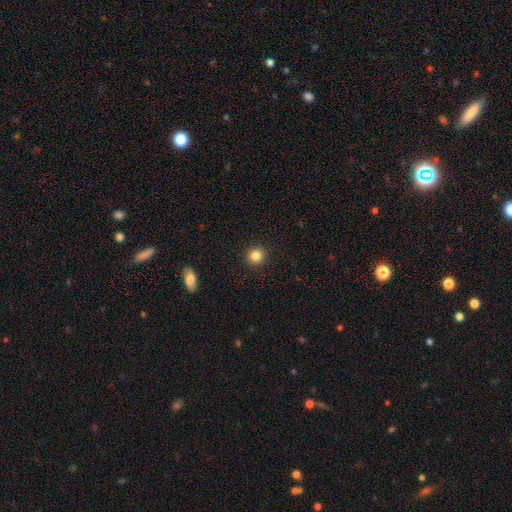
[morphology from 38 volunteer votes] Overall: smooth (95%). How rounded: round (94%). Merging: none (86%).